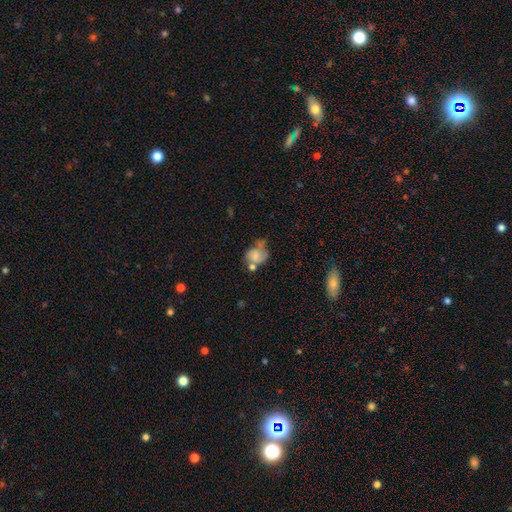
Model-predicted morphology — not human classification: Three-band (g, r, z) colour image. It shows a smooth galaxy with no disk features (62%) that is round (54%). Merging: merger (28%).